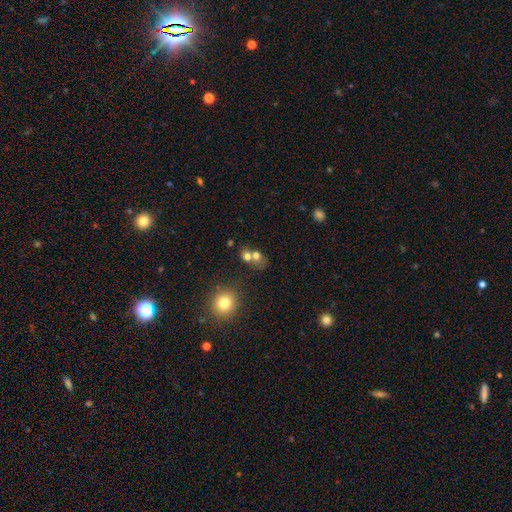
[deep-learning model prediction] Q: Smooth or featured?
A: smooth (70%); runner-up: featured or disk (16%)
Q: How rounded?
A: round (59%); runner-up: in between (40%)
Q: Merging?
A: merger (49%); runner-up: none (37%)